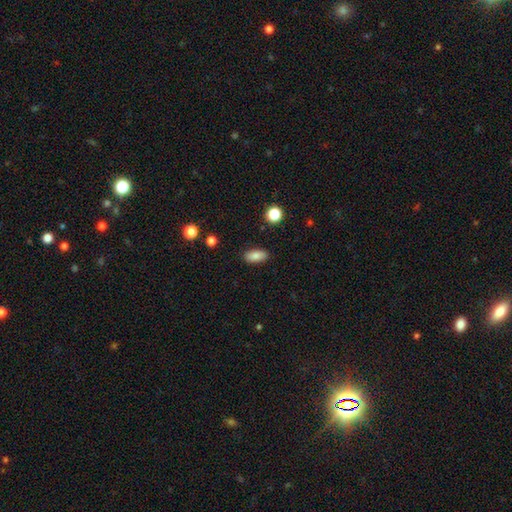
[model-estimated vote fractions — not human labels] A smooth galaxy with no disk features (85%) that is in between round and cigar-shaped (88%). Merging: none (88%).